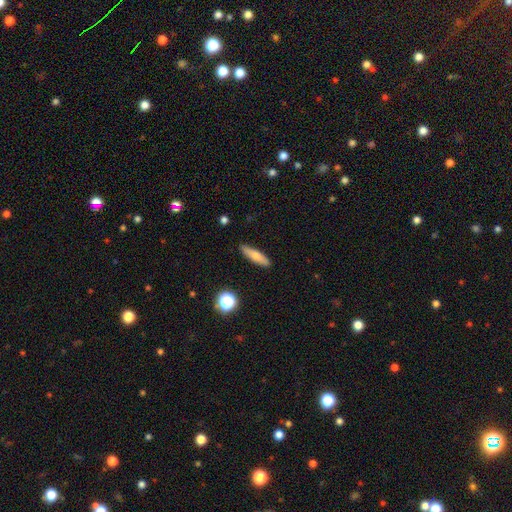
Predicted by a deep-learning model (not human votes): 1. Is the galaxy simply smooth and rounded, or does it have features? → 69% smooth, 23% featured or disk, 8% star or artifact.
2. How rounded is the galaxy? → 71% cigar-shaped, 26% in between, 3% round.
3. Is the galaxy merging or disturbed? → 88% none, 9% minor disturbance, 2% major disturbance, 1% merger.